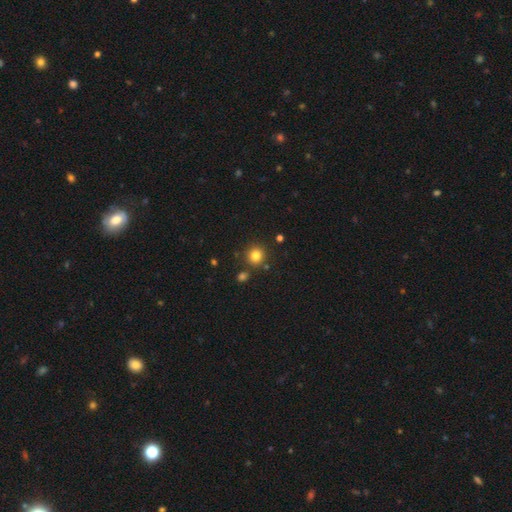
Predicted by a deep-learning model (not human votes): This appears to be a smooth galaxy with no disk features (81%) that is round (91%). Merging: none (85%).